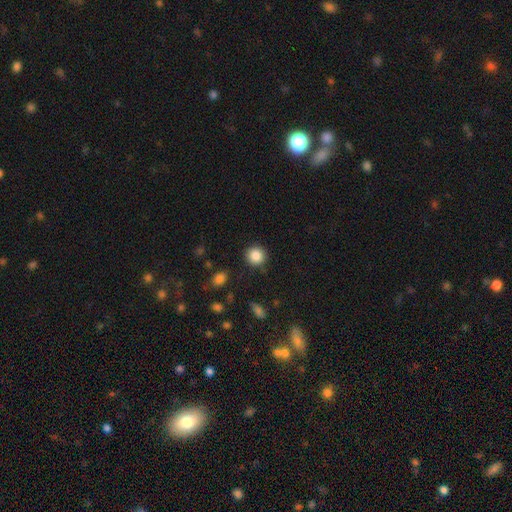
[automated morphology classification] Smooth or featured? Predicted: smooth (p=0.86). How rounded? Predicted: round (p=0.92). Merging? Predicted: none (p=0.88).